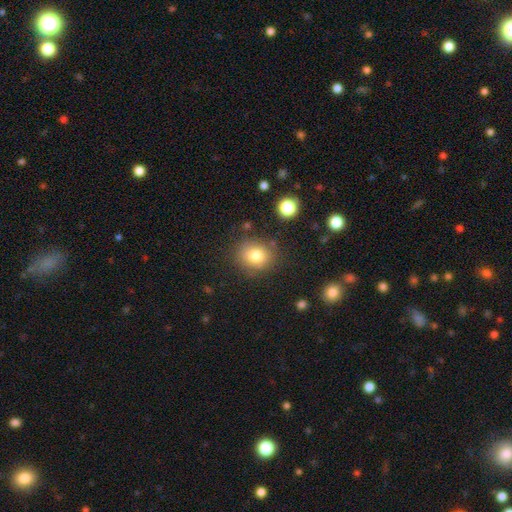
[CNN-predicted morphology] smooth_or_featured: smooth (p=0.79) [alt: star or artifact p=0.12]
how_rounded: round (p=0.77) [alt: in between p=0.22]
merging: none (p=0.81) [alt: minor disturbance p=0.11]